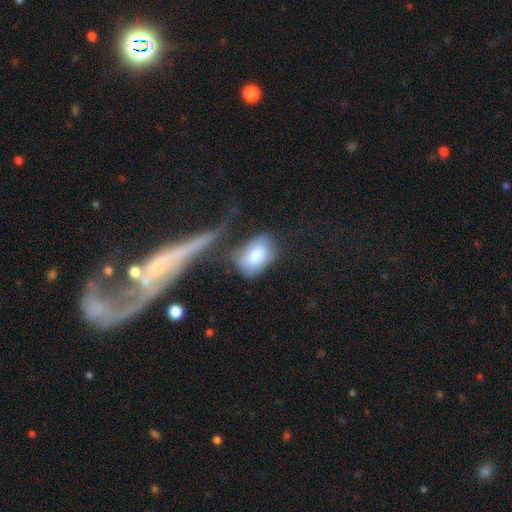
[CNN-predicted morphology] A smooth galaxy with no disk features (77%) that is in between round and cigar-shaped (83%).

Vote fractions:
- Smooth or featured? smooth: 77% / featured or disk: 16% / star or artifact: 7%
- How rounded? in between: 83% / round: 15% / cigar-shaped: 2%
- Merging? none: 40% / minor disturbance: 23% / major disturbance: 19% / merger: 18%